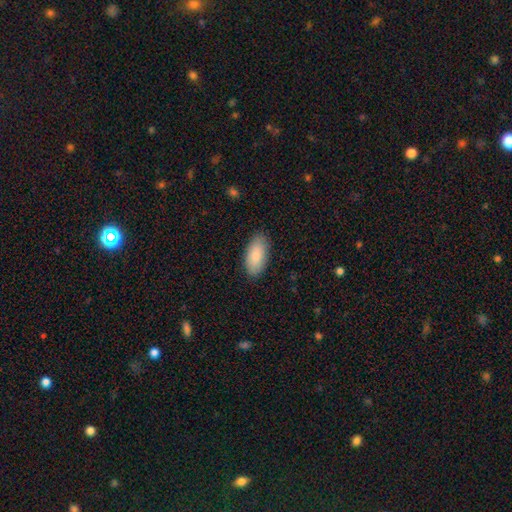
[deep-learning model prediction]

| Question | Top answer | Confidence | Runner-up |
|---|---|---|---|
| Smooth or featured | smooth | 85% | featured or disk (9%) |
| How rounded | in between | 93% | cigar-shaped (5%) |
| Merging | none | 86% | minor disturbance (10%) |